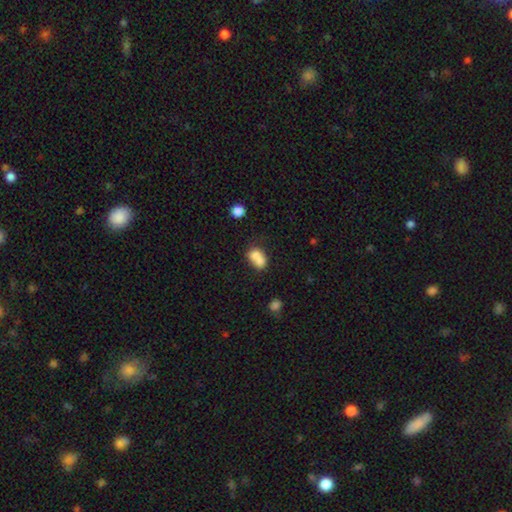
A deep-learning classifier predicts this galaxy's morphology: Overall: smooth (72%). How rounded: in between (50%; round 49%). Merging: merger (66%).